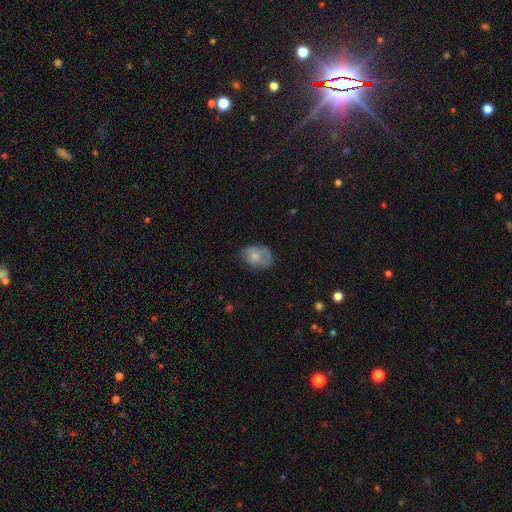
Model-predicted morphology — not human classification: A smooth galaxy with no disk features (66%) that is in between round and cigar-shaped (71%).

Vote fractions:
- Smooth or featured? smooth: 66% / featured or disk: 25% / star or artifact: 9%
- How rounded? in between: 71% / round: 28% / cigar-shaped: 1%
- Merging? none: 47% / minor disturbance: 32% / major disturbance: 19% / merger: 3%